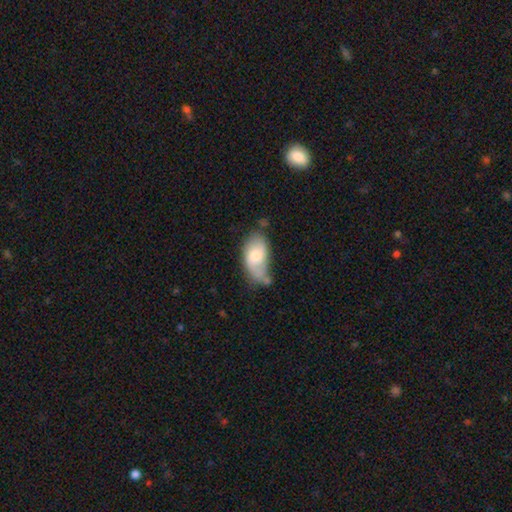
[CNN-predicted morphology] Smooth or featured? Predicted: smooth (p=0.60). How rounded? Predicted: in between (p=0.93). Merging? Predicted: none (p=0.43).